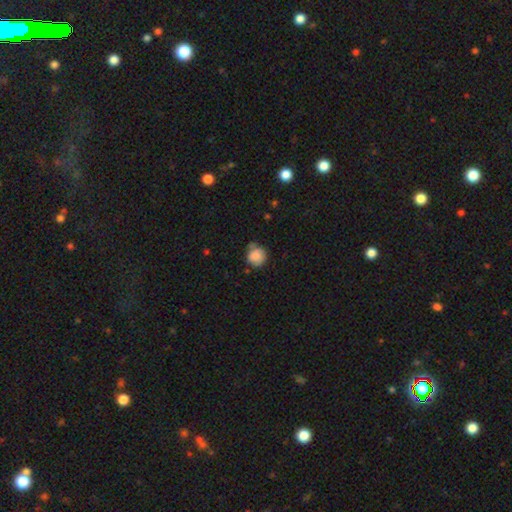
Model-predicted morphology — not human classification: This appears to be a smooth galaxy with no disk features (80%) that is round (85%). Merging: none (61%).